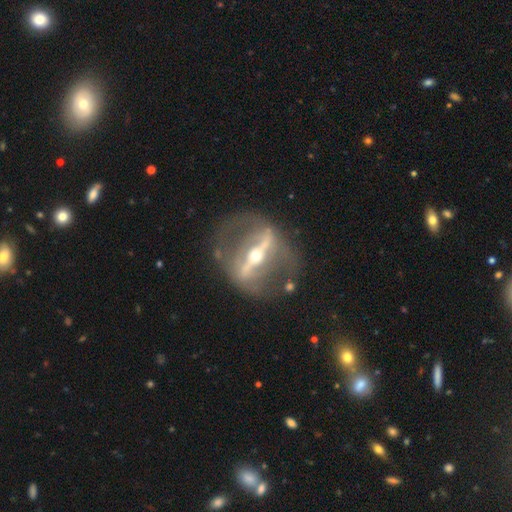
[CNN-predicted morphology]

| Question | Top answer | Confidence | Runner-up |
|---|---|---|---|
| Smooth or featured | featured or disk | 86% | smooth (8%) |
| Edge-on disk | no | 73% | yes (27%) |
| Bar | strong | 85% | weak (9%) |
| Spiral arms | no | 58% | yes (42%) |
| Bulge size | small | 47% | tied: moderate (47%) |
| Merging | none | 64% | major disturbance (18%) |